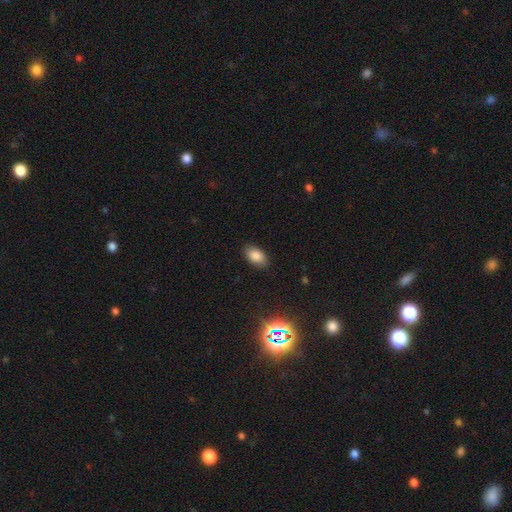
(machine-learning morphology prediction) A smooth galaxy with no disk features (83%) that is in between round and cigar-shaped (91%). Merging: none (85%).